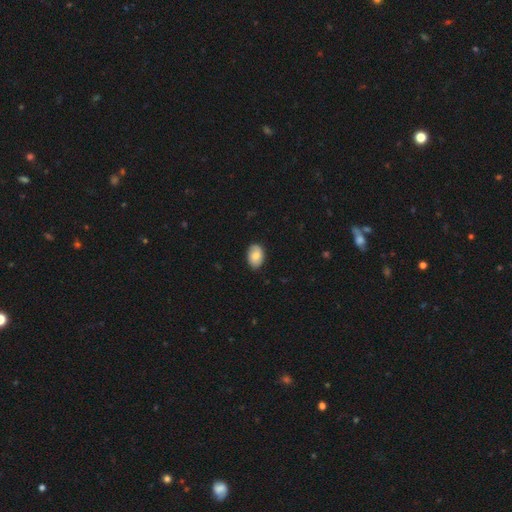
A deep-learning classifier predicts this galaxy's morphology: Smooth or featured? smooth (81%)
How rounded? in between (87%)
Merging? none (85%)